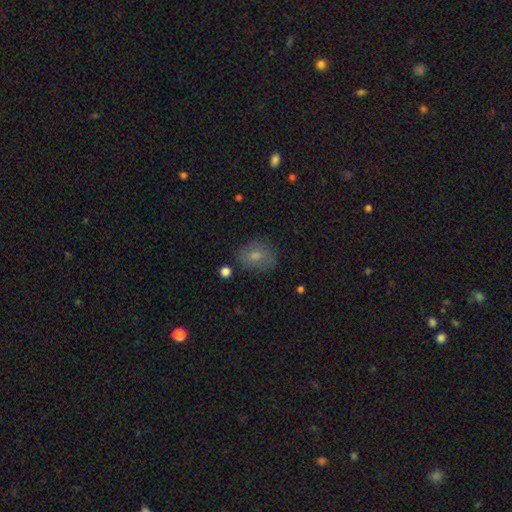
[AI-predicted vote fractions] A smooth galaxy with no disk features (73%) that is in between round and cigar-shaped (54%).

Vote fractions:
- Smooth or featured? smooth: 73% / featured or disk: 16% / star or artifact: 10%
- How rounded? in between: 54% / round: 45% / cigar-shaped: 1%
- Merging? none: 73% / minor disturbance: 18% / major disturbance: 6% / merger: 3%